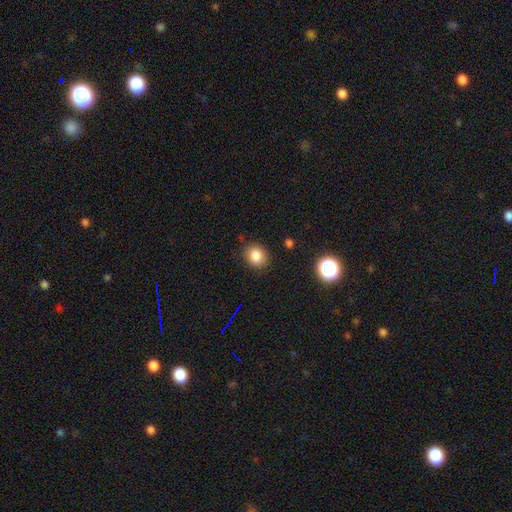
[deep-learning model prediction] Smooth or featured: smooth — 84% (star or artifact — 11%)
How rounded: round — 60% (in between — 39%)
Merging: none — 85% (minor disturbance — 11%)